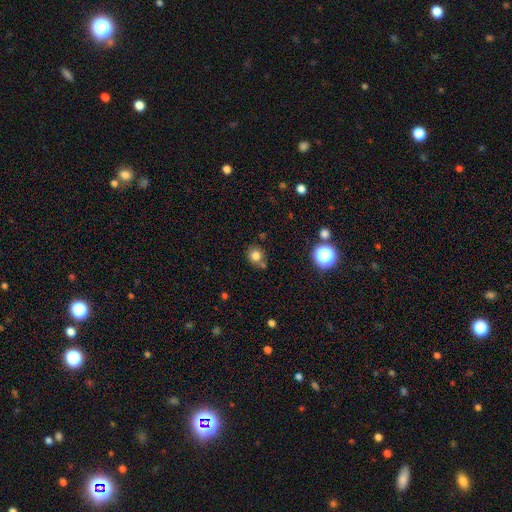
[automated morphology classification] type=smooth (78%); roundness=round (82%); merging=none (70%).